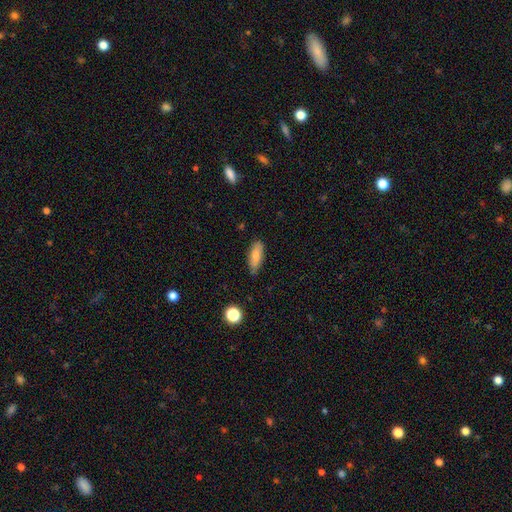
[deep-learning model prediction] The model was most divided on "how rounded": in between: 68%, cigar-shaped: 29%, round: 3%. More confident: smooth or featured — smooth (78%); merging — none (76%).